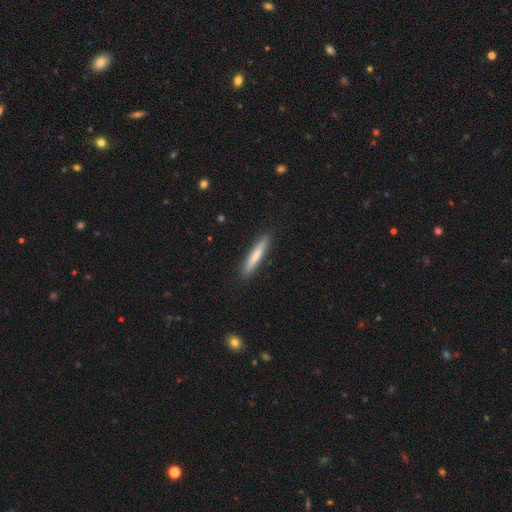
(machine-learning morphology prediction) smooth 70%, featured or disk 24%, star or artifact 5%. Down the decision tree: how rounded — cigar-shaped (93%); merging — none (90%).